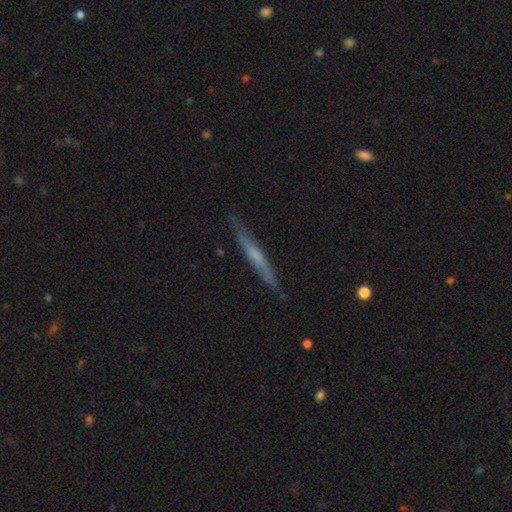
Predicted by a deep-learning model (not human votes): This is possibly a featured or disk galaxy (54%). It is clearly viewed edge-on (95%). Edge-on bulge: possibly none (60%). Merging: clearly none (86%).